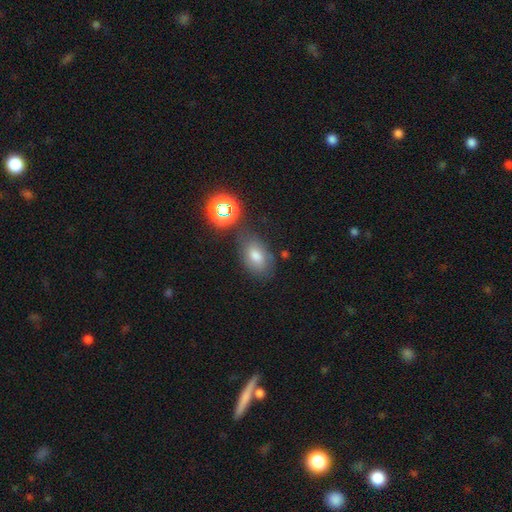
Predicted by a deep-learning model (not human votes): Smooth or featured? Predicted: smooth (p=0.69). How rounded? Predicted: in between (p=0.86). Merging? Predicted: none (p=0.65).